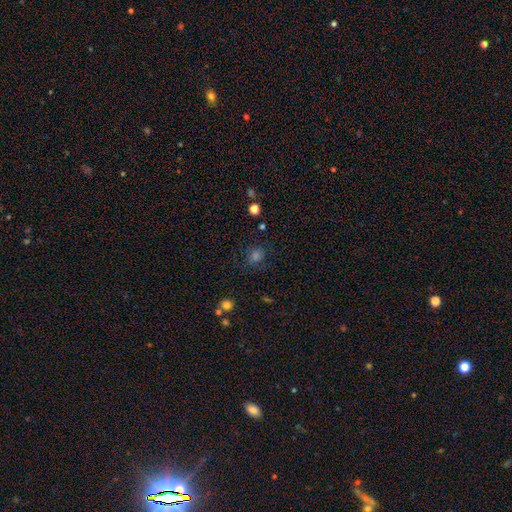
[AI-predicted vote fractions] smooth 53%, star or artifact 33%, featured or disk 14%. Down the decision tree: how rounded — round (79%); merging — none (77%).